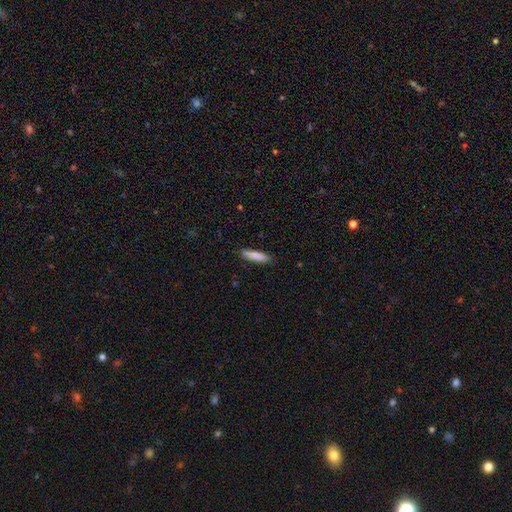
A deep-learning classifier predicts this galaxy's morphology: This appears to be a smooth galaxy with no disk features (85%) that is cigar-shaped (82%). Merging: none (89%).